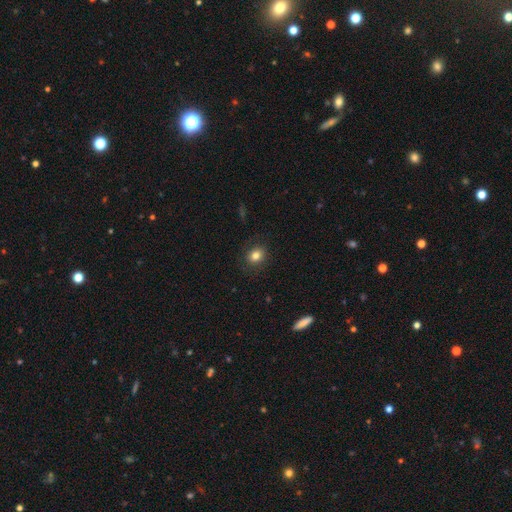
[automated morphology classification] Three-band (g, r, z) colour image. It shows a smooth galaxy with no disk features (82%) that is round (68%). Merging: none (87%).